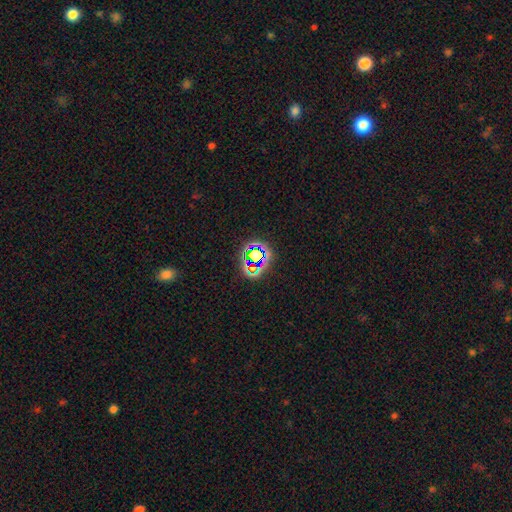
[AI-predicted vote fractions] A star or artifact, not a galaxy (65%).